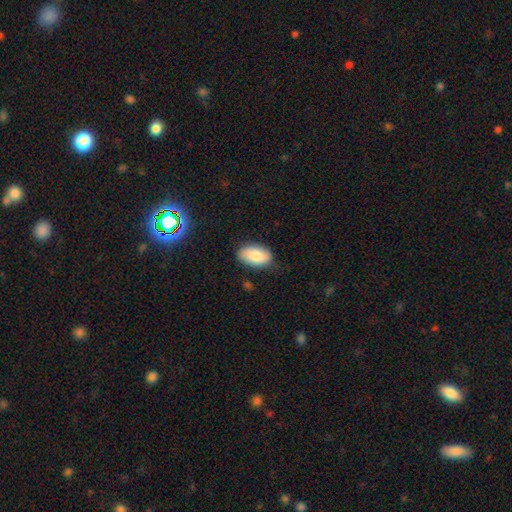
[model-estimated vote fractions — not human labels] Overall: smooth (84%). How rounded: in between (94%). Merging: none (81%).